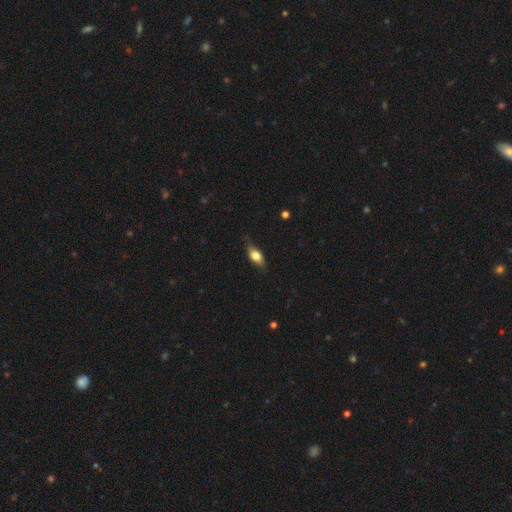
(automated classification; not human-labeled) Smooth or featured? Predicted: smooth (p=0.70). How rounded? Predicted: in between (p=0.81). Merging? Predicted: none (p=0.76).